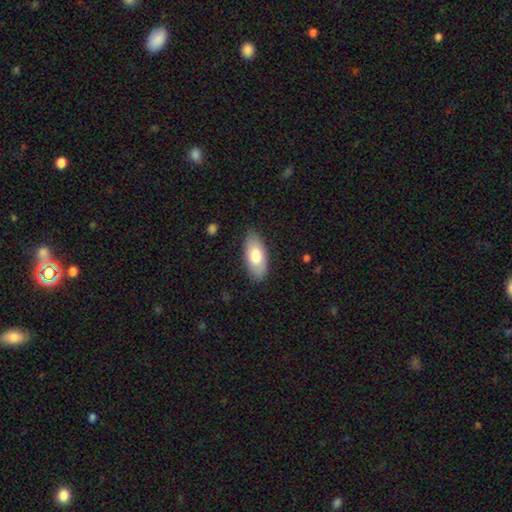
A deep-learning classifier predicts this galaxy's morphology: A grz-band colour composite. It shows a smooth galaxy with no disk features (73%) that is in between round and cigar-shaped (88%). Merging: none (85%).